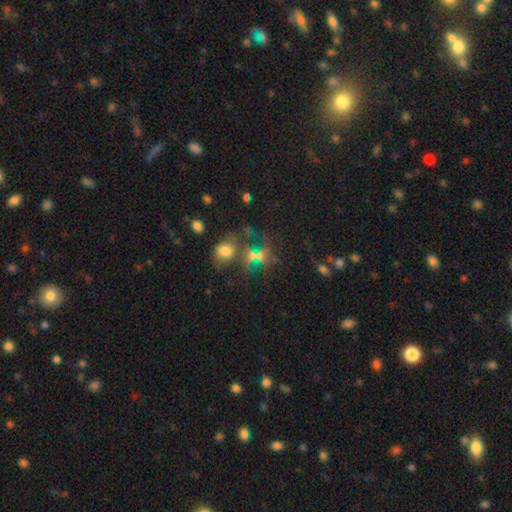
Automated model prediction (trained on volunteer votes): star or artifact 48%, smooth 38%, featured or disk 14%.